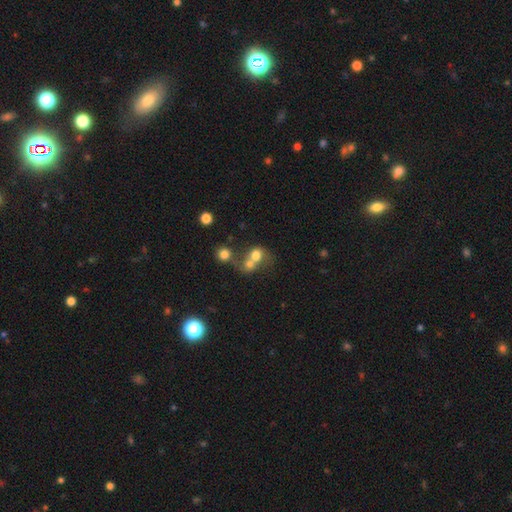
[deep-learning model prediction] A smooth galaxy with no disk features (69%) that is round (65%). Merging: merger (64%).